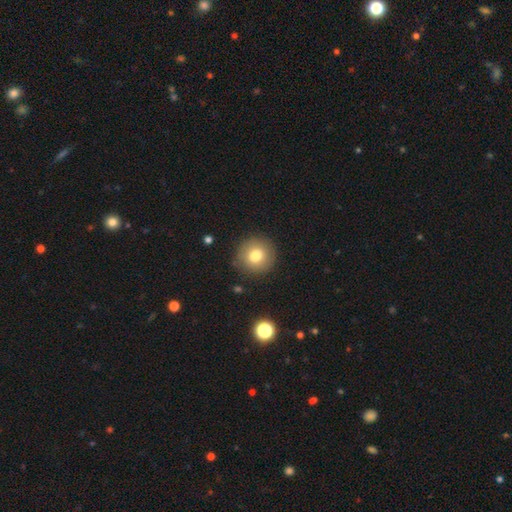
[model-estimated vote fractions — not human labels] Smooth or featured?
  - smooth: 78% *
  - featured or disk: 12%
  - star or artifact: 10%
How rounded?
  - round: 93% *
  - in between: 6%
  - cigar-shaped: 1%
Merging?
  - none: 88% *
  - minor disturbance: 8%
  - major disturbance: 3%
  - merger: 1%